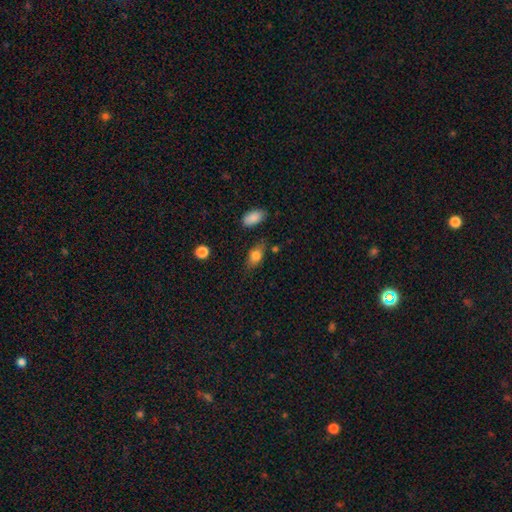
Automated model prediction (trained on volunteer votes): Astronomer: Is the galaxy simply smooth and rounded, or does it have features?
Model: smooth — 75%.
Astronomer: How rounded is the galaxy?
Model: in between — 81%.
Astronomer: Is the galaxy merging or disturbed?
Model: none — 75%.